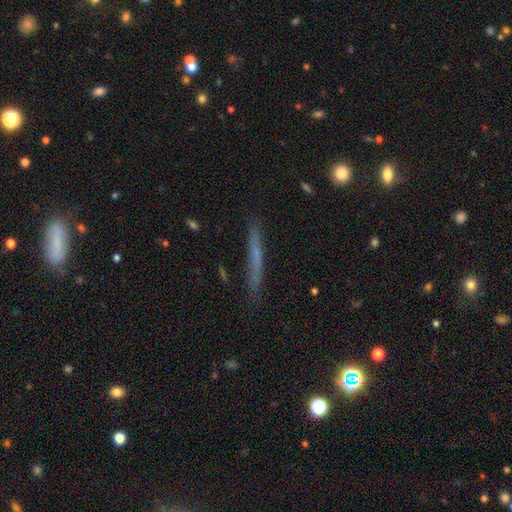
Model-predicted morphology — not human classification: Smooth or featured?
  - smooth: 47% *
  - featured or disk: 44%
  - star or artifact: 9%
Merging?
  - none: 84% *
  - minor disturbance: 11%
  - major disturbance: 2%
  - merger: 2%